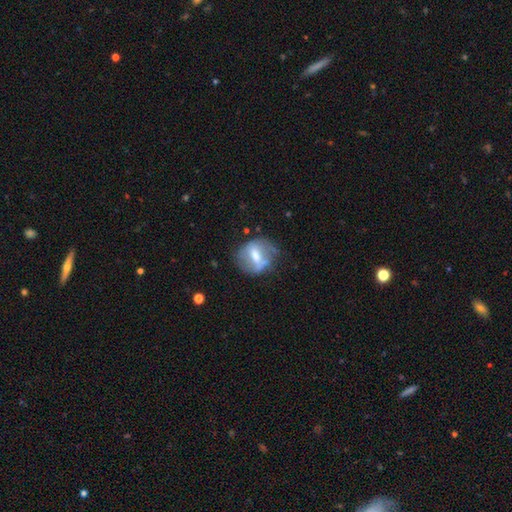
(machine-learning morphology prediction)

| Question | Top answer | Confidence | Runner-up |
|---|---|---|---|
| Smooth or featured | featured or disk | 50% | smooth (42%) |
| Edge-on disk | no | 93% | yes (7%) |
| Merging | none | 55% | minor disturbance (26%) |